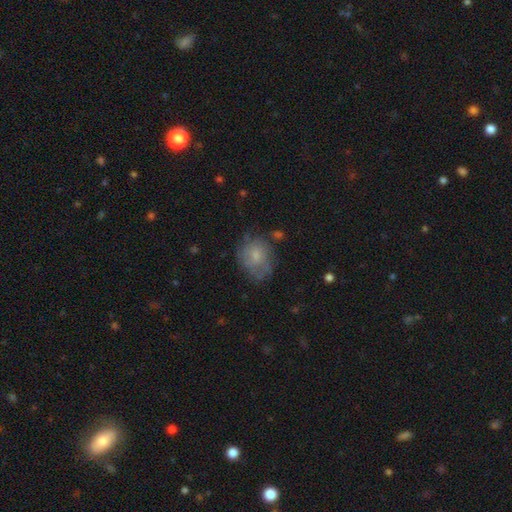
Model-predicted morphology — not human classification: Smooth or featured? smooth (62%)
How rounded? round (52%)
Merging? none (53%)